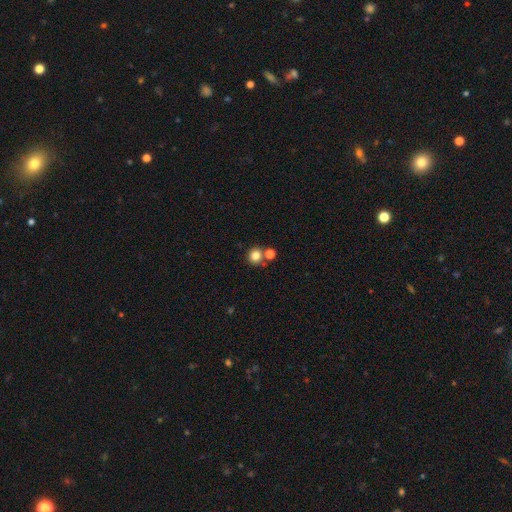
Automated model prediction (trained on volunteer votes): Smooth or featured: smooth — 79% (star or artifact — 13%)
How rounded: round — 87% (in between — 12%)
Merging: none — 68% (merger — 21%)